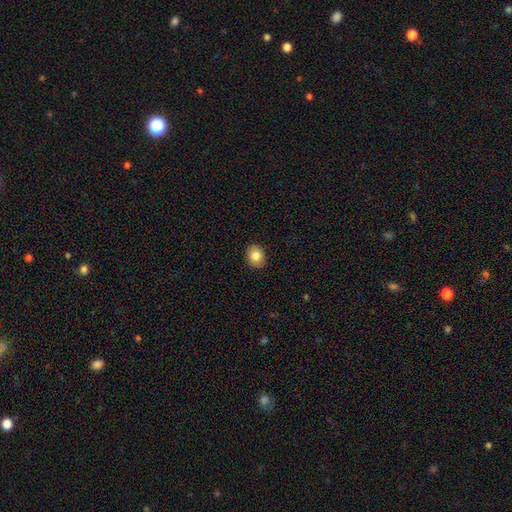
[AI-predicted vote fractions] Morphology: type=smooth (83%); roundness=round (53%); merging=none (90%).